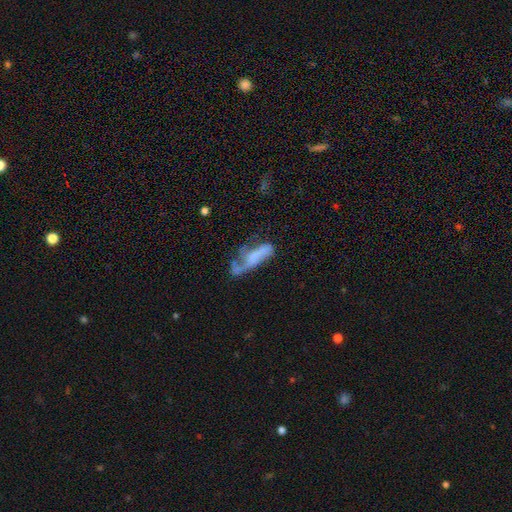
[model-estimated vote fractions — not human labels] featured or disk 46%, smooth 44%, star or artifact 11%. Down the decision tree: merging — major disturbance (36%).